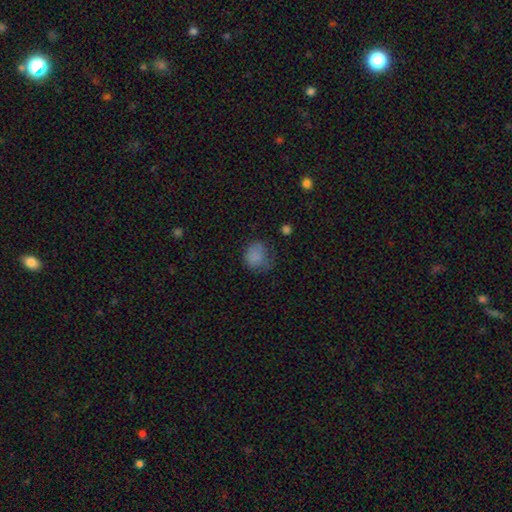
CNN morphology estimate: Smooth or featured? smooth (80%)
How rounded? round (70%)
Merging? none (51%)